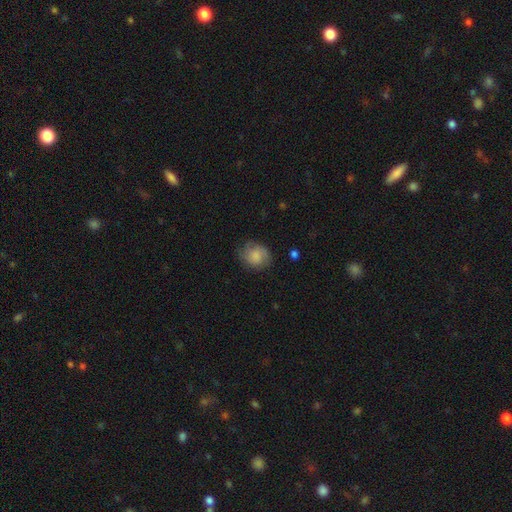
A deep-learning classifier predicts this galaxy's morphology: This appears to be a smooth galaxy with no disk features (73%) that is round (71%). Merging: none (69%).